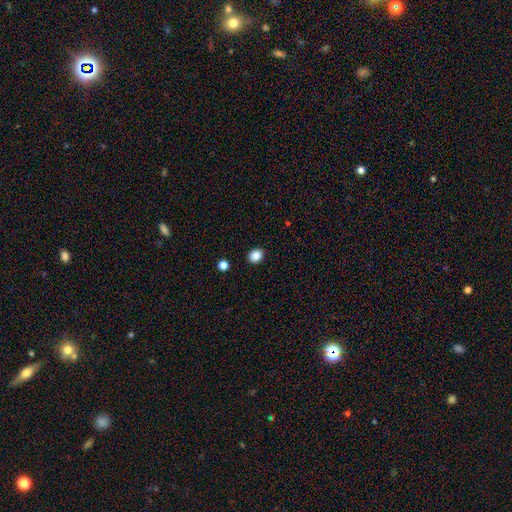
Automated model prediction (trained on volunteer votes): Morphology: type=smooth (86%); roundness=round (63%); merging=none (91%).